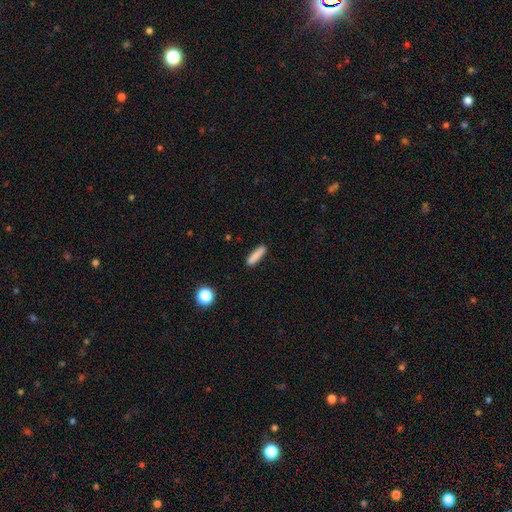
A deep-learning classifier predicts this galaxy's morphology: The model was most divided on "how rounded": cigar-shaped: 82%, in between: 16%, round: 2%. More confident: merging — none (89%); smooth or featured — smooth (85%).